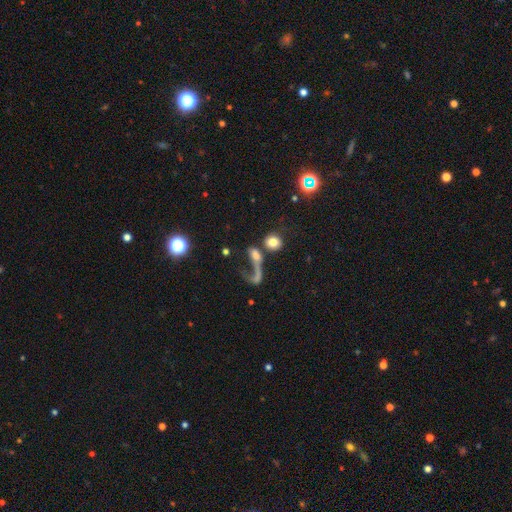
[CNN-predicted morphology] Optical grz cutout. It shows a smooth galaxy with no disk features (52%) that is in between round and cigar-shaped (47%). Merging: major disturbance (39%).